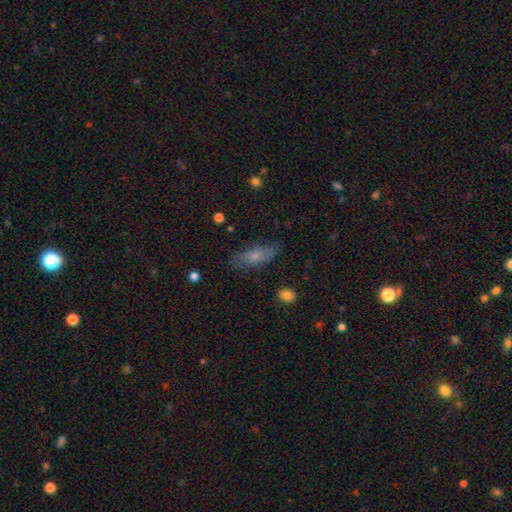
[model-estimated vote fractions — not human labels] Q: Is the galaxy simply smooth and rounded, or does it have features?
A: smooth — 67%.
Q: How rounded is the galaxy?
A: in between — 68%.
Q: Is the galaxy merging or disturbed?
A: none — 77%.